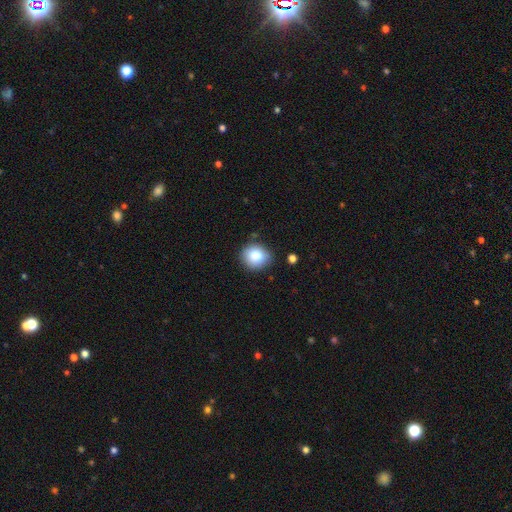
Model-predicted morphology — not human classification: smooth 83%, star or artifact 9%, featured or disk 7%. Down the decision tree: how rounded — round (81%); merging — none (82%).